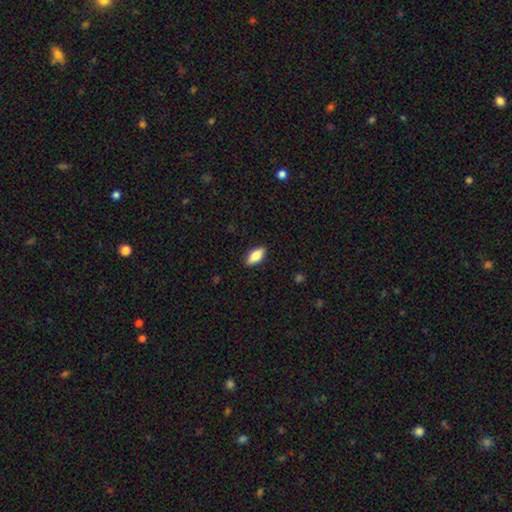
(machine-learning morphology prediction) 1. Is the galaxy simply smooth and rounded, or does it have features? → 82% smooth, 11% featured or disk, 6% star or artifact.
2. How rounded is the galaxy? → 86% in between, 12% cigar-shaped, 3% round.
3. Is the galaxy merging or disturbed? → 89% none, 8% minor disturbance, 2% major disturbance, 1% merger.